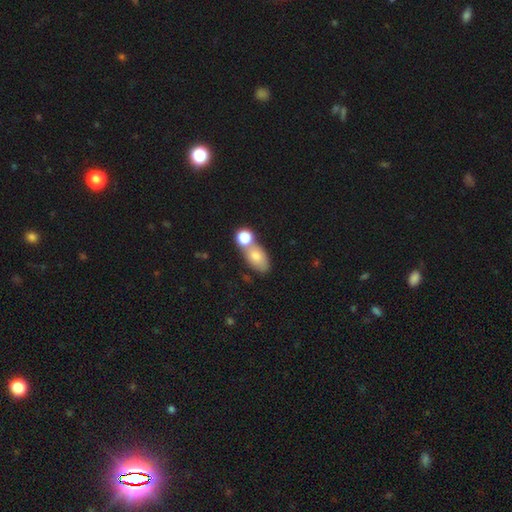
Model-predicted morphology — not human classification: Smooth or featured? Predicted: smooth (p=0.74). How rounded? Predicted: in between (p=0.83). Merging? Predicted: none (p=0.43).